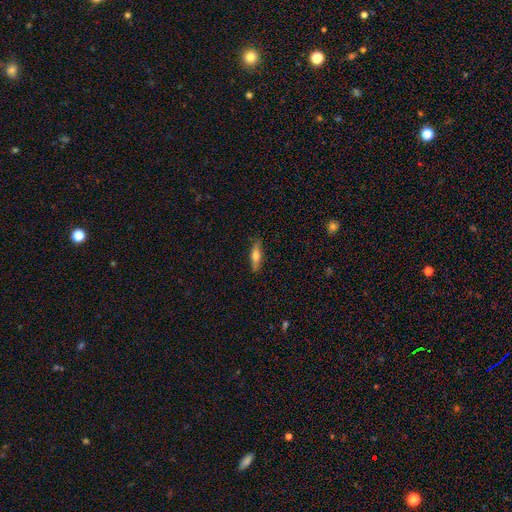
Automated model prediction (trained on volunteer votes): smooth 59%, featured or disk 35%, star or artifact 6%. Down the decision tree: how rounded — cigar-shaped (63%); merging — none (86%).